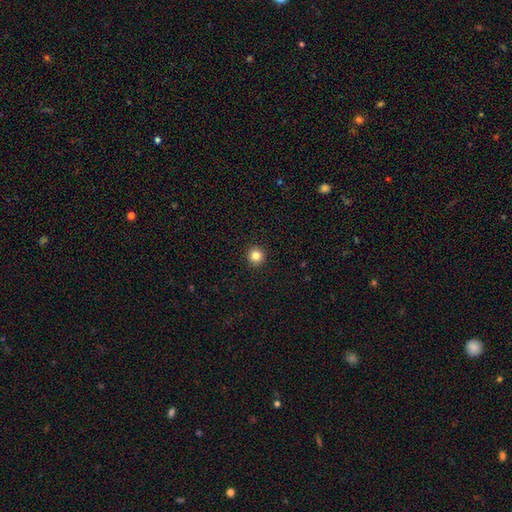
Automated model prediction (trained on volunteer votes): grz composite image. It shows a smooth galaxy with no disk features (83%) that is round (96%). Merging: none (94%).